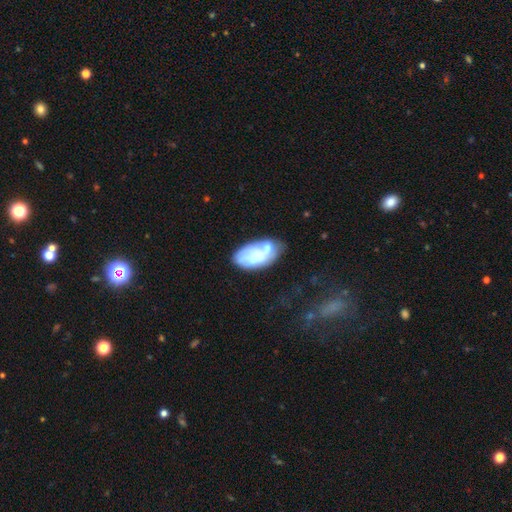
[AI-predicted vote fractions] Overall: featured or disk (50%; smooth 43%). Merging: none (39%; merger 26%).